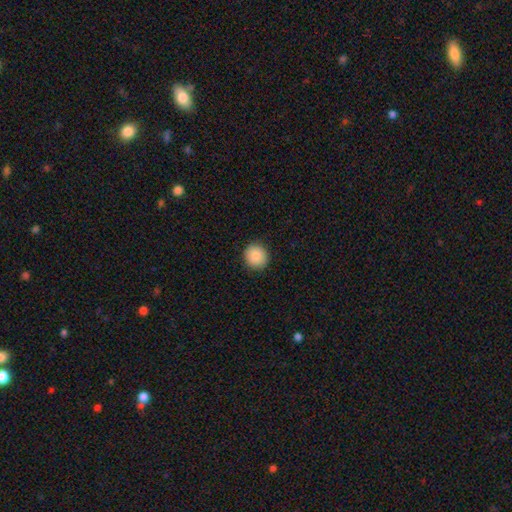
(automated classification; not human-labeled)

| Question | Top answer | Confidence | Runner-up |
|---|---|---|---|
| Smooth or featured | smooth | 88% | star or artifact (8%) |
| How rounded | round | 89% | in between (10%) |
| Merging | none | 92% | minor disturbance (6%) |